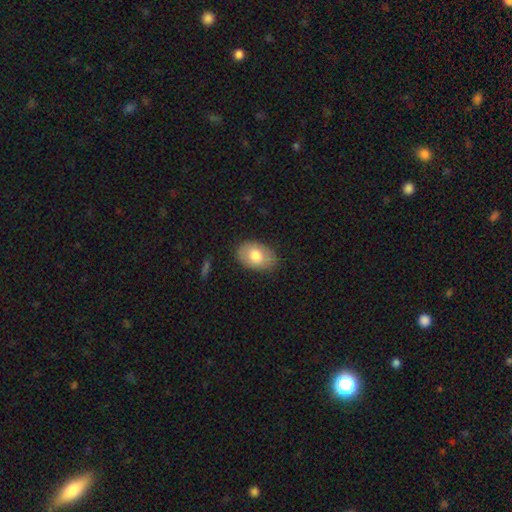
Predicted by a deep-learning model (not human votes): smooth_or_featured: smooth (p=0.73) [alt: featured or disk p=0.20]
how_rounded: in between (p=0.84) [alt: round p=0.15]
merging: none (p=0.81) [alt: minor disturbance p=0.14]